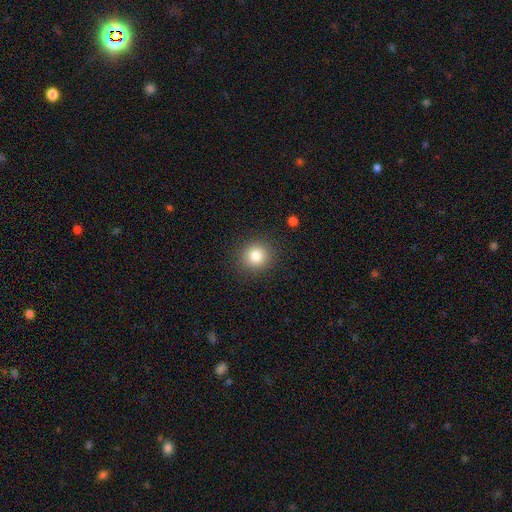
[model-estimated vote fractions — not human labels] Smooth or featured? Predicted: smooth (p=0.83). How rounded? Predicted: round (p=0.90). Merging? Predicted: none (p=0.90).